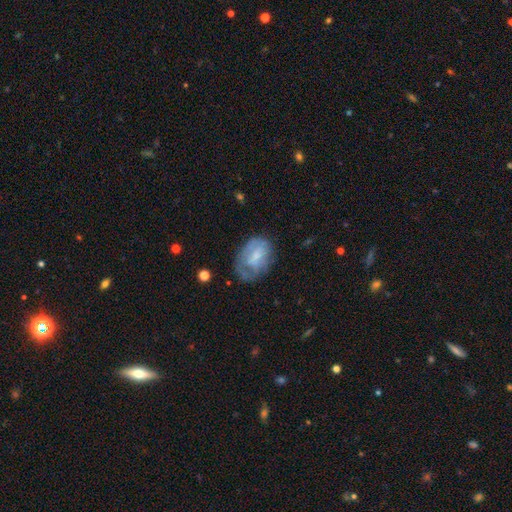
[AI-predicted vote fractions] The model was most divided on "smooth or featured": smooth: 51%, featured or disk: 41%, star or artifact: 8%. Remaining: how rounded — in between (79%); merging — none (48%).